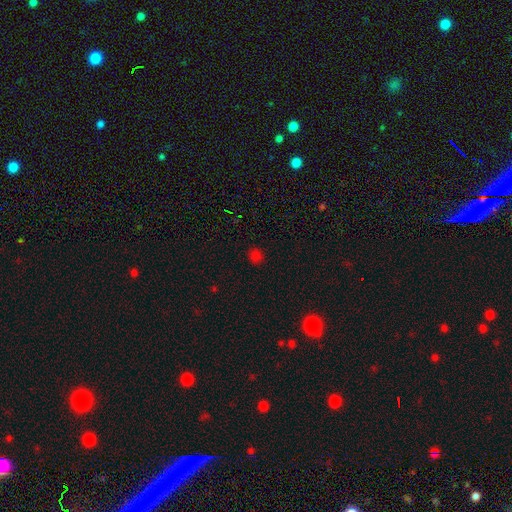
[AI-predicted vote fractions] A smooth galaxy with no disk features (72%) that is round (86%). Merging: none (87%).